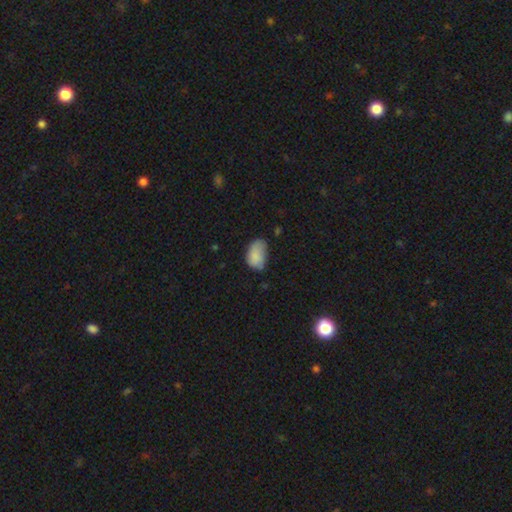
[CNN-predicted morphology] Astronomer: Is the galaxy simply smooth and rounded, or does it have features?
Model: smooth — 83%.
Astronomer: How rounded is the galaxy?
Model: in between — 88%.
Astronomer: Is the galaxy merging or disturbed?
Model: minor disturbance — 43% (runner-up: none, 41%).